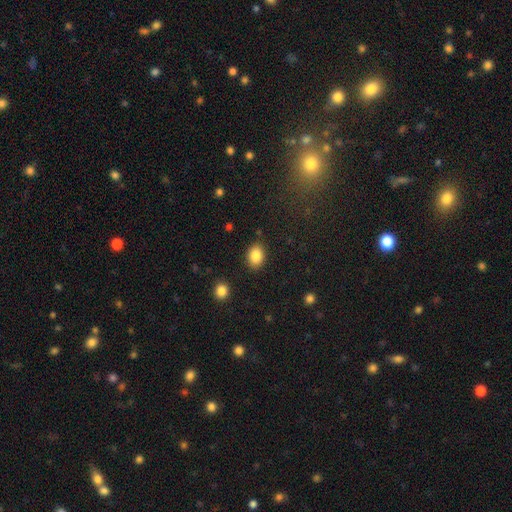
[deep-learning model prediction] This appears to be a smooth galaxy with no disk features (86%) that is in between round and cigar-shaped (71%). Merging: none (86%).